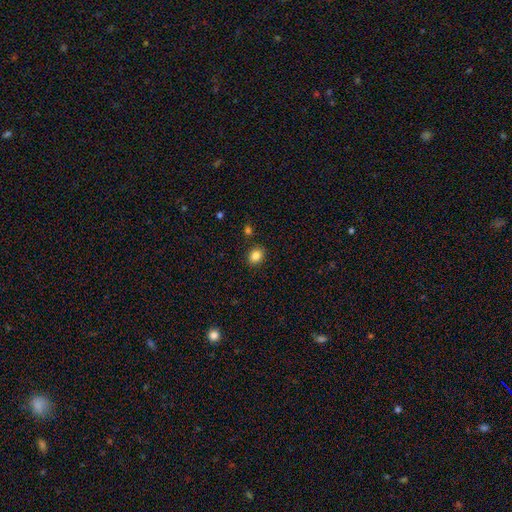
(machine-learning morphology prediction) Smooth or featured: smooth — 85% (star or artifact — 10%)
How rounded: in between — 53% (round — 46%)
Merging: none — 87% (minor disturbance — 8%)